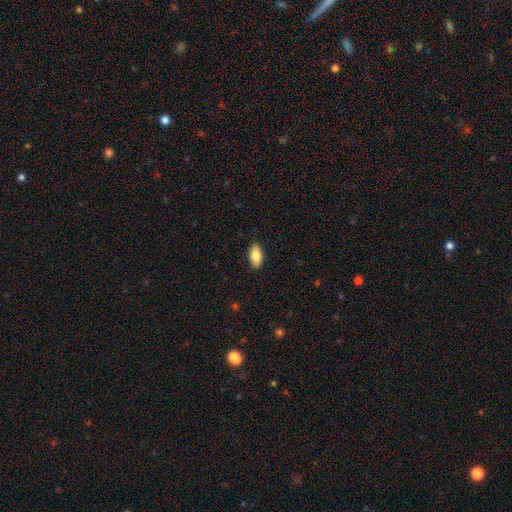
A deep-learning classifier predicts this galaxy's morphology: smooth 83%, featured or disk 11%, star or artifact 6%. Down the decision tree: how rounded — in between (93%); merging — none (90%).